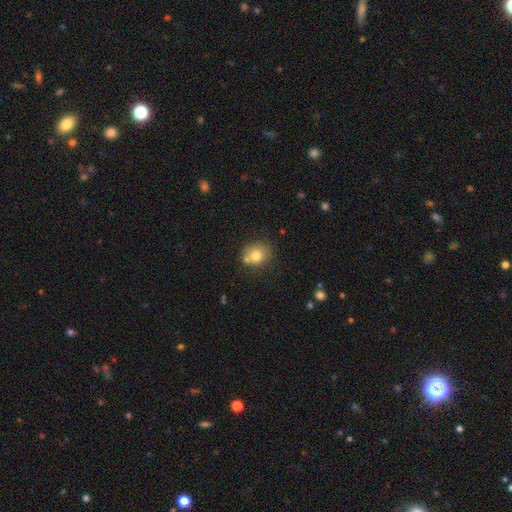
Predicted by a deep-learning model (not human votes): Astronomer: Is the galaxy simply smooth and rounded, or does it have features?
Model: smooth — 75%.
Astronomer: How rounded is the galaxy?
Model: round — 63%.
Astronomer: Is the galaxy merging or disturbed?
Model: none — 61%.